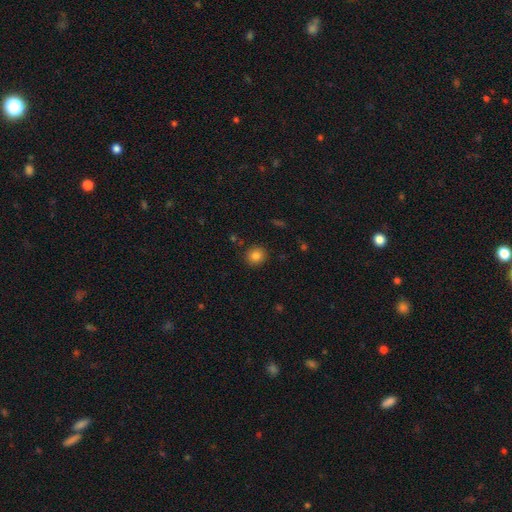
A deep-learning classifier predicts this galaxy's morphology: A smooth galaxy with no disk features (83%) that is round (88%).

Vote fractions:
- Smooth or featured? smooth: 83% / star or artifact: 11% / featured or disk: 6%
- How rounded? round: 88% / in between: 11% / cigar-shaped: 1%
- Merging? none: 89% / minor disturbance: 7% / major disturbance: 2% / merger: 2%